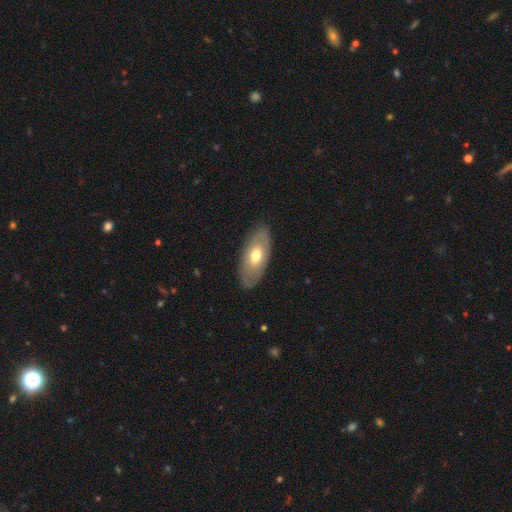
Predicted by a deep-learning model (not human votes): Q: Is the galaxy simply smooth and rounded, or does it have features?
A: smooth — 60%.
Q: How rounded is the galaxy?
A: in between — 89%.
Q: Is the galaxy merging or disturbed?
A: none — 84%.